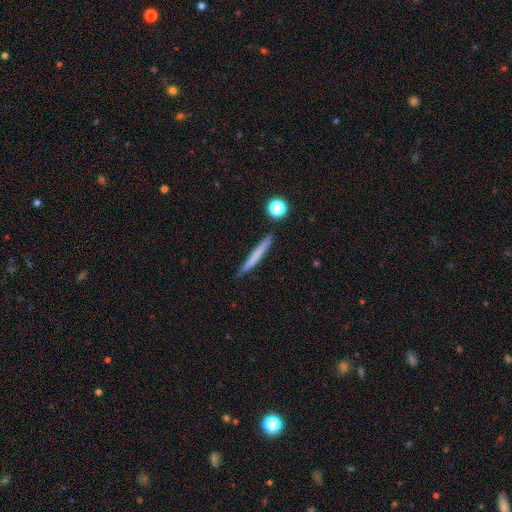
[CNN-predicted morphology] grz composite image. It shows a smooth galaxy with no disk features (63%) that is cigar-shaped (96%). Merging: none (88%).